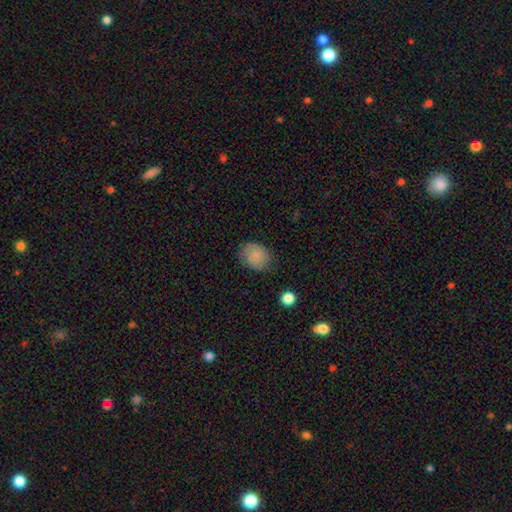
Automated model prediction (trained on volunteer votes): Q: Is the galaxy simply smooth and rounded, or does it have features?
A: smooth — 83%.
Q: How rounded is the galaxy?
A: in between — 56%.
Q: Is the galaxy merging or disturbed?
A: none — 74%.